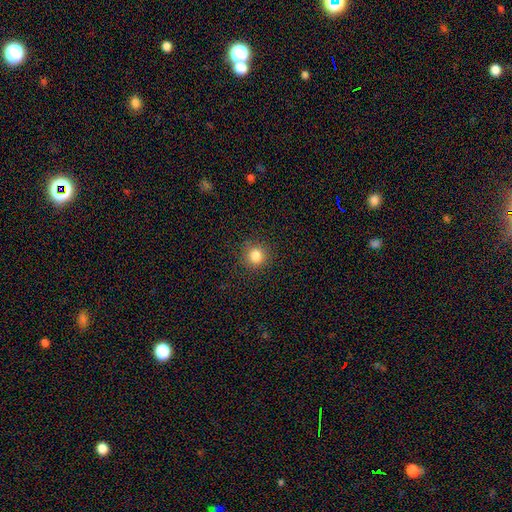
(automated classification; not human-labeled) The model was most divided on "smooth or featured": smooth: 83%, star or artifact: 12%, featured or disk: 5%. More confident: how rounded — round (91%); merging — none (89%).